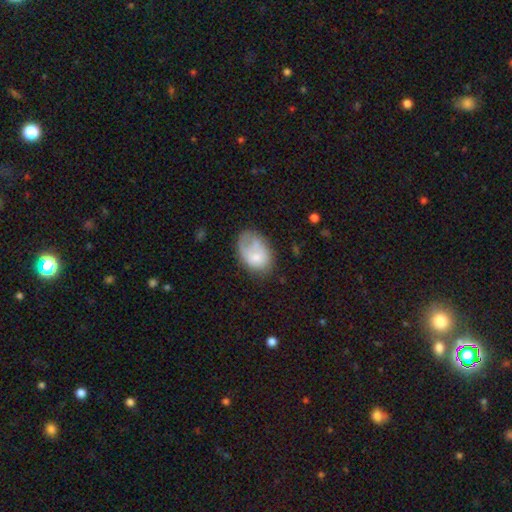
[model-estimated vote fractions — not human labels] Q: Smooth or featured?
A: smooth (63%); runner-up: featured or disk (29%)
Q: How rounded?
A: in between (79%); runner-up: round (20%)
Q: Merging?
A: none (36%); runner-up: minor disturbance (31%)